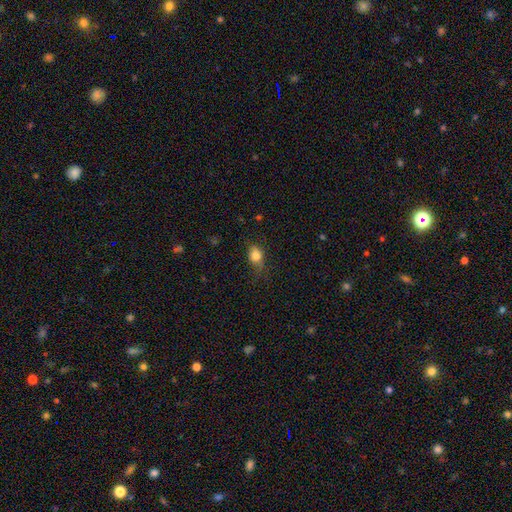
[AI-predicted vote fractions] smooth-or-featured: smooth: 83% | star or artifact: 10% | featured or disk: 8%
  how-rounded: in between: 69% | round: 29% | cigar-shaped: 2%
  merging: none: 59% | minor disturbance: 29% | major disturbance: 10% | merger: 2%